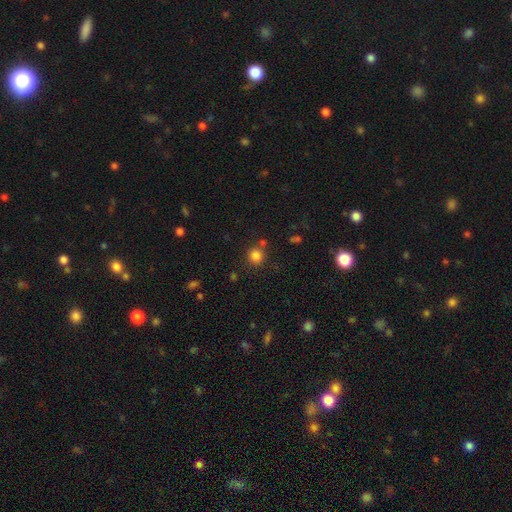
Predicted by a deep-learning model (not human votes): The model was most divided on "merging": none: 77%, merger: 10%, minor disturbance: 9%, major disturbance: 3%. More confident: how rounded — round (89%); smooth or featured — smooth (82%).